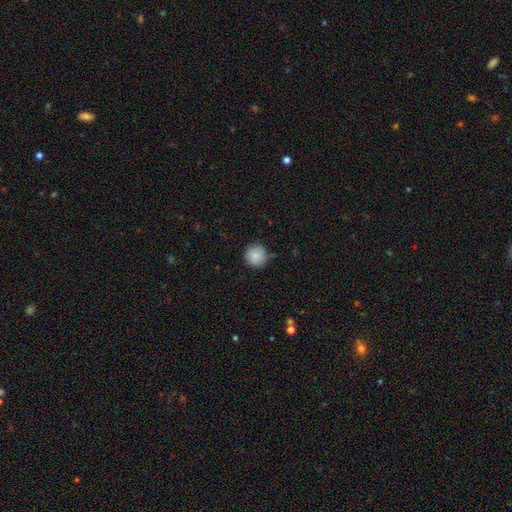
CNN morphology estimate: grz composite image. It shows a smooth galaxy with no disk features (87%) that is round (95%). Merging: none (85%).